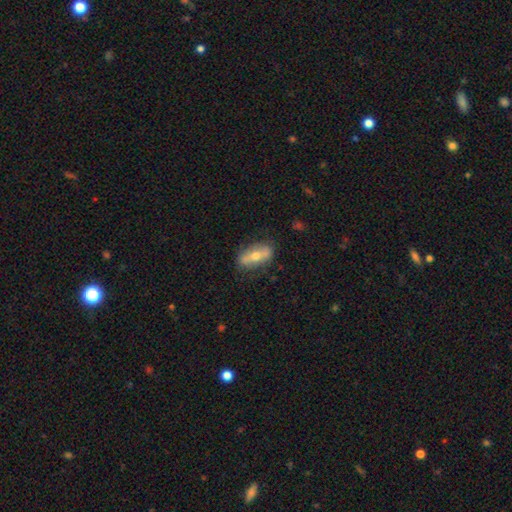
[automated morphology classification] This appears to be a featured or disk galaxy (49%). Merging: none (79%).